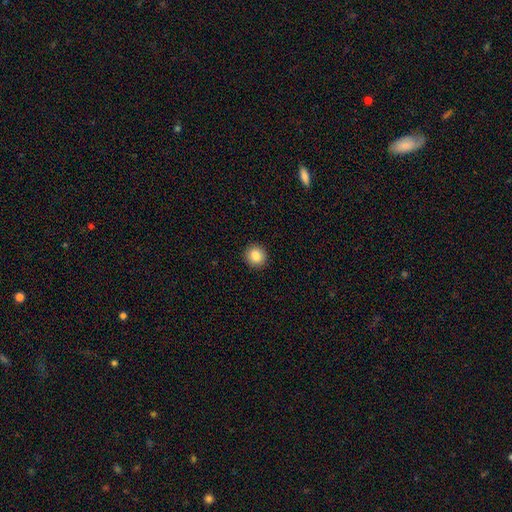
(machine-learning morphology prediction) Overall: smooth (85%). How rounded: round (92%). Merging: none (93%).